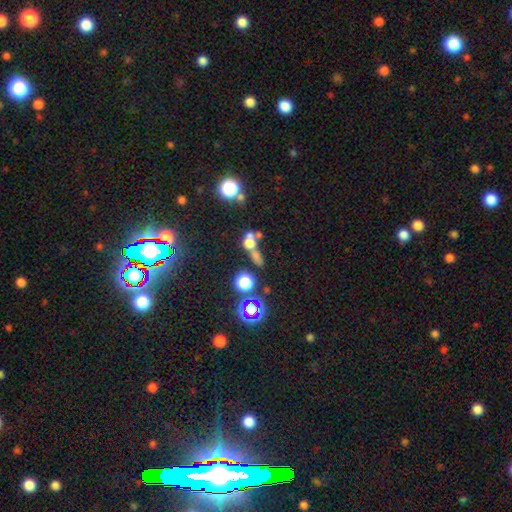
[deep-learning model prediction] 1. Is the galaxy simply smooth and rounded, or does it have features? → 54% smooth, 27% star or artifact, 19% featured or disk.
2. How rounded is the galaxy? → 57% round, 35% in between, 9% cigar-shaped.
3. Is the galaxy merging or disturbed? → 48% merger, 32% none, 10% major disturbance, 10% minor disturbance.